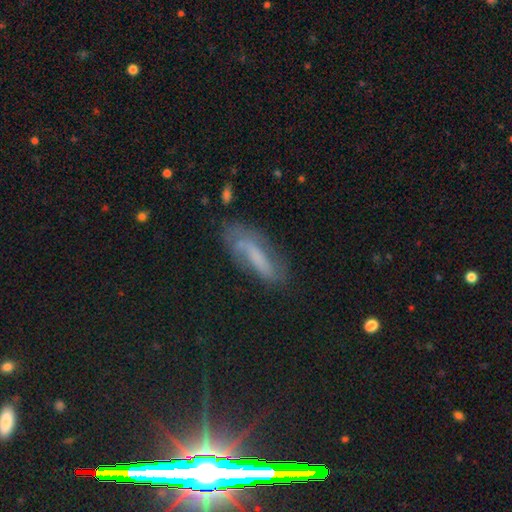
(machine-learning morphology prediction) Q: Smooth or featured?
A: featured or disk (43%); runner-up: smooth (40%)
Q: Merging?
A: none (59%); runner-up: minor disturbance (26%)